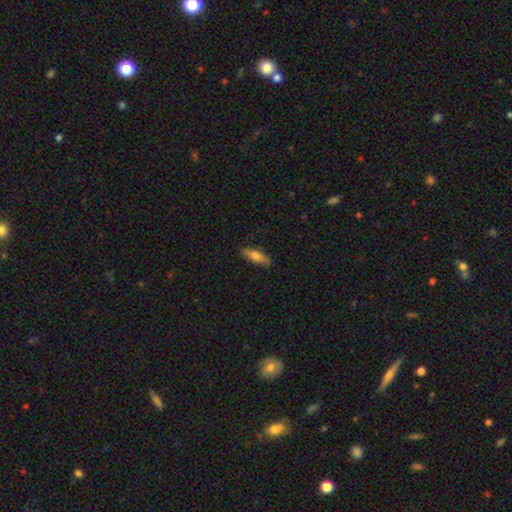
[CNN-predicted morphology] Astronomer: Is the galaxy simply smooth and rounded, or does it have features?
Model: smooth — 68%.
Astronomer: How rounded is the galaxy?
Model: cigar-shaped — 59% (runner-up: in between, 39%).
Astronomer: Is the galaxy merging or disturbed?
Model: none — 85%.